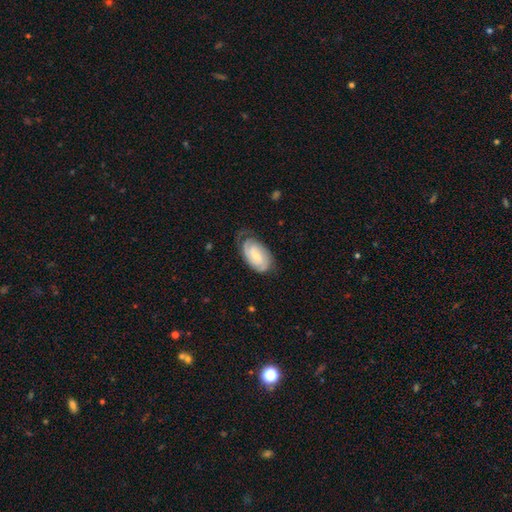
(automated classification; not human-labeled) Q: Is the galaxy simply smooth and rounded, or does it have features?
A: featured or disk — 72%.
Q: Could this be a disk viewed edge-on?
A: no — 96%.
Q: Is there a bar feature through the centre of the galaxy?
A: weak — 46%.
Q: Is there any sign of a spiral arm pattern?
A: yes — 94%.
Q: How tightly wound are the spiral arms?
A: tight — 63%.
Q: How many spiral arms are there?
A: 2 — 59%.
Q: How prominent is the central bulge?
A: small — 54%.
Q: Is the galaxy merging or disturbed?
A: none — 63%.